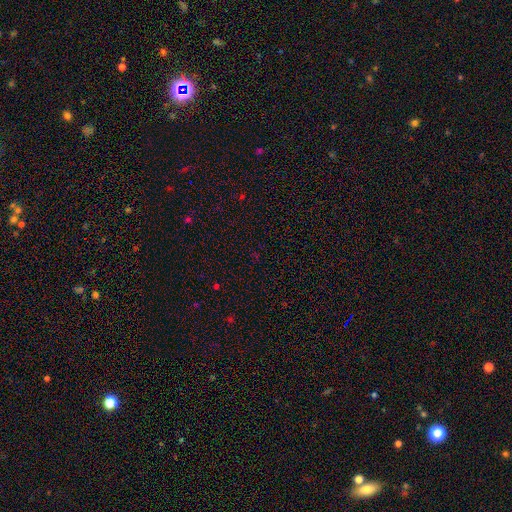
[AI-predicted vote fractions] The model was most divided on "smooth or featured": star or artifact: 70%, smooth: 23%, featured or disk: 7%.